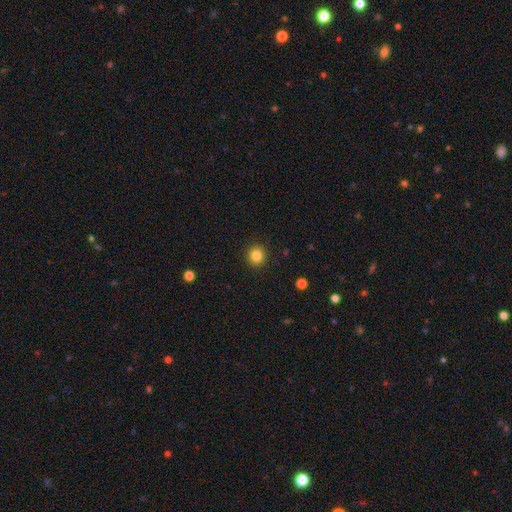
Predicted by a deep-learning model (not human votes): smooth_or_featured: smooth (p=0.84) [alt: star or artifact p=0.11]
how_rounded: round (p=0.92) [alt: in between p=0.07]
merging: none (p=0.92) [alt: minor disturbance p=0.05]